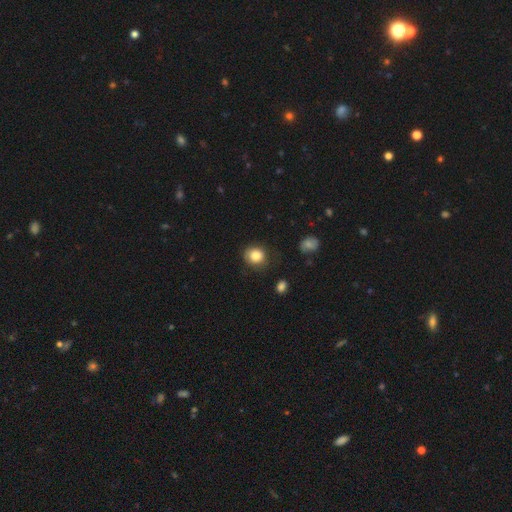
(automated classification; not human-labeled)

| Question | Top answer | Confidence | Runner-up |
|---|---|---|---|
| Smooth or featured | smooth | 84% | star or artifact (9%) |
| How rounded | round | 79% | in between (20%) |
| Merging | none | 79% | minor disturbance (15%) |